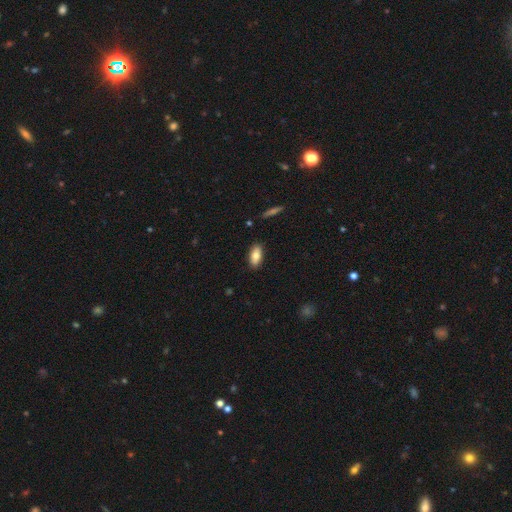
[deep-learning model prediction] Smooth or featured? Predicted: smooth (p=0.83). How rounded? Predicted: in between (p=0.88). Merging? Predicted: none (p=0.87).